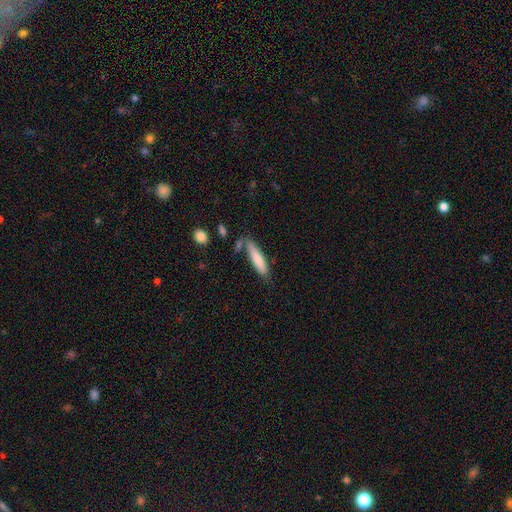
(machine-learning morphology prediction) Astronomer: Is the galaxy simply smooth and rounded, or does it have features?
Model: smooth — 75%.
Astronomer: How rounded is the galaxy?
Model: cigar-shaped — 80%.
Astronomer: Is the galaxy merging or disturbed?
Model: none — 71%.